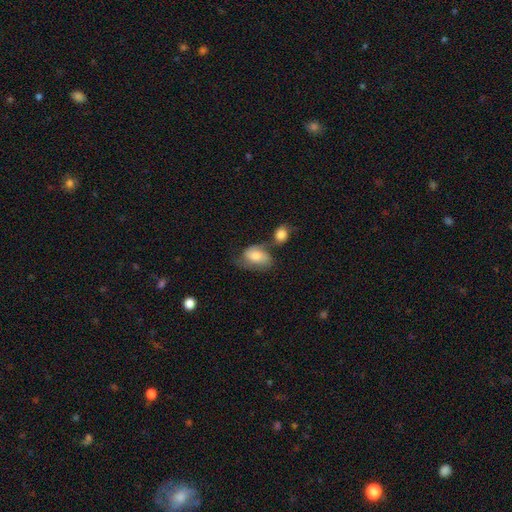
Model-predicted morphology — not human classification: Smooth or featured?
  - smooth: 62% *
  - featured or disk: 31%
  - star or artifact: 8%
How rounded?
  - in between: 83% *
  - round: 15%
  - cigar-shaped: 2%
Merging?
  - none: 36% *
  - minor disturbance: 25%
  - merger: 23%
  - major disturbance: 16%